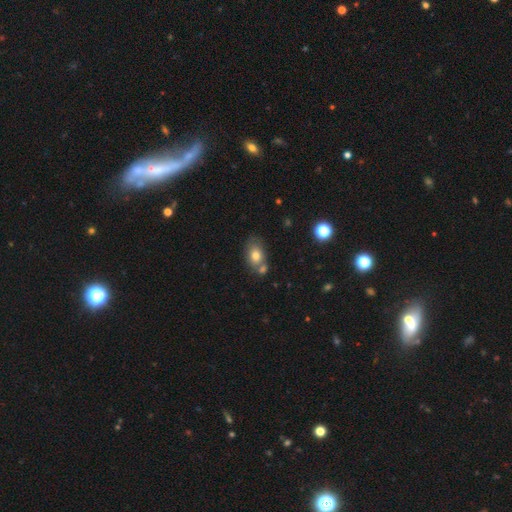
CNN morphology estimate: A smooth galaxy with no disk features (76%) that is in between round and cigar-shaped (77%). Merging: none (50%).